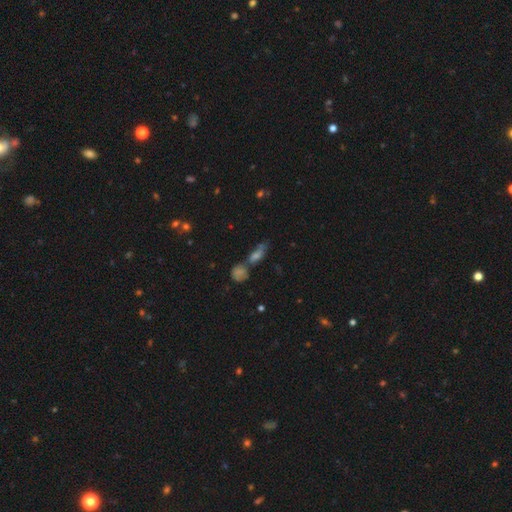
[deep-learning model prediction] Smooth or featured?
  - smooth: 46% *
  - featured or disk: 28%
  - star or artifact: 26%
Merging?
  - none: 48% *
  - merger: 32%
  - minor disturbance: 12%
  - major disturbance: 8%